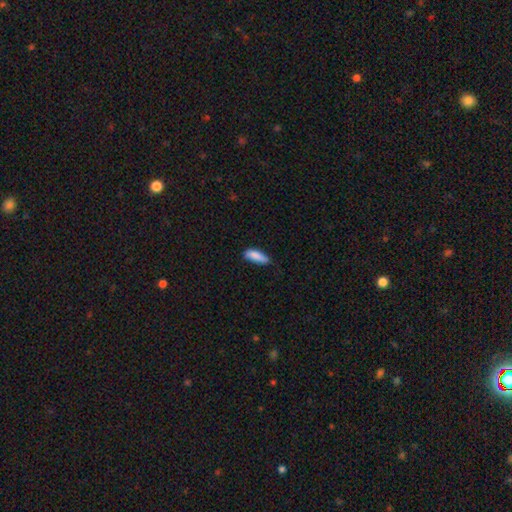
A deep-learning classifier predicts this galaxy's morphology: A smooth galaxy with no disk features (86%) that is in between round and cigar-shaped (57%). Merging: none (64%).